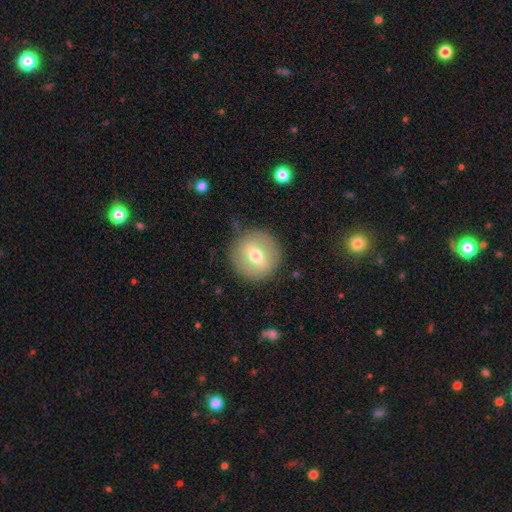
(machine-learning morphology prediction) Q: Smooth or featured?
A: smooth (47%); runner-up: featured or disk (45%)
Q: Merging?
A: none (85%); runner-up: minor disturbance (10%)